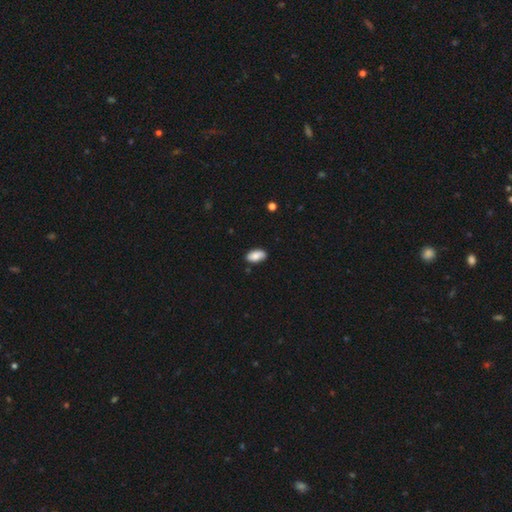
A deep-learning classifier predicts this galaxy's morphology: Smooth or featured?
  - smooth: 86% *
  - featured or disk: 8%
  - star or artifact: 7%
How rounded?
  - in between: 94% *
  - cigar-shaped: 3%
  - round: 3%
Merging?
  - none: 85% *
  - minor disturbance: 12%
  - major disturbance: 2%
  - merger: 1%